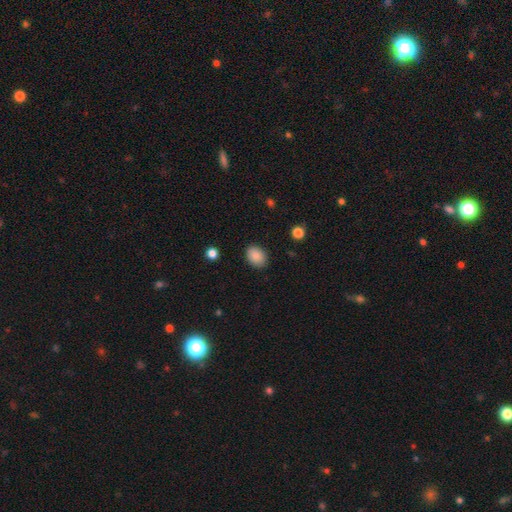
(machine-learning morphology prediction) A smooth galaxy with no disk features (88%) that is in between round and cigar-shaped (64%). Merging: none (88%).